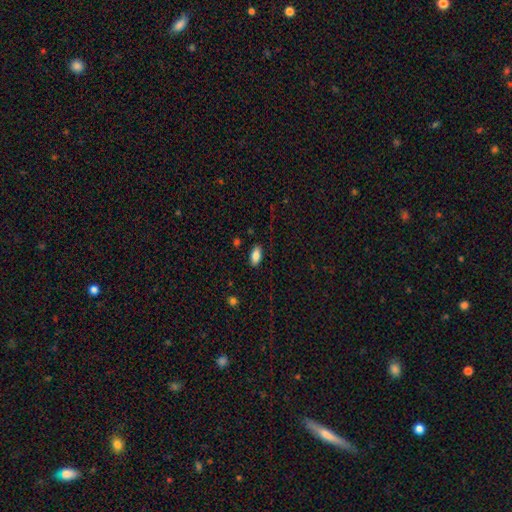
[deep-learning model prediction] Q: Smooth or featured?
A: smooth (85%); runner-up: star or artifact (8%)
Q: How rounded?
A: in between (91%); runner-up: cigar-shaped (6%)
Q: Merging?
A: none (86%); runner-up: minor disturbance (11%)